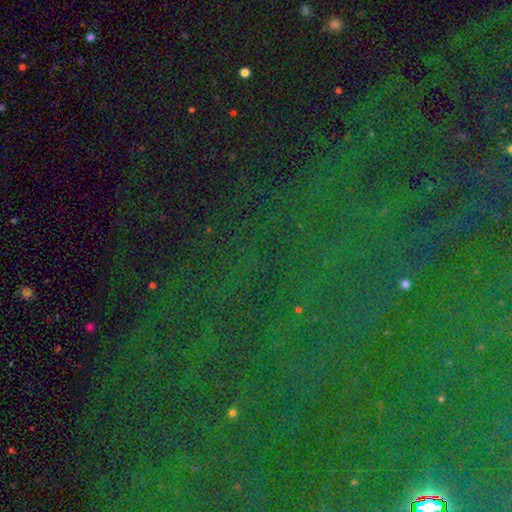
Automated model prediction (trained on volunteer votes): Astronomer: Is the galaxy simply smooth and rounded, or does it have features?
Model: star or artifact — 84%.